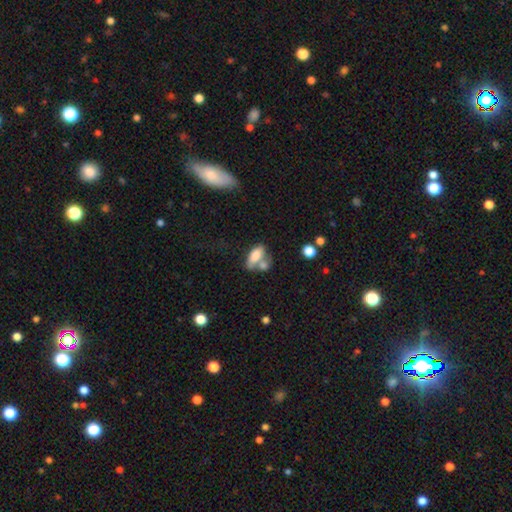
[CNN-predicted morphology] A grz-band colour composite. It shows a smooth galaxy with no disk features (74%) that is in between round and cigar-shaped (84%). Merging: merger (48%).